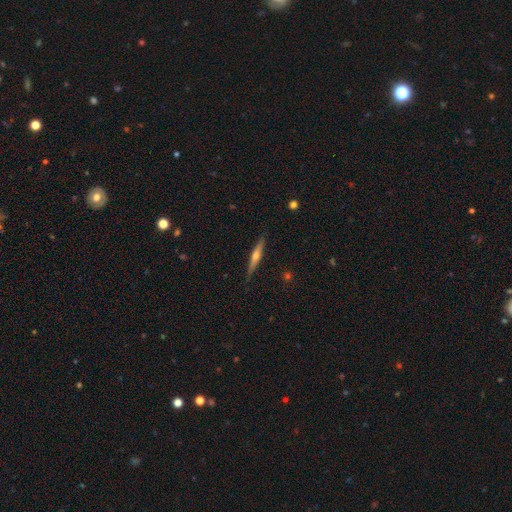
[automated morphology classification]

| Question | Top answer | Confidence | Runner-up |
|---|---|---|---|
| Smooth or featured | featured or disk | 65% | smooth (29%) |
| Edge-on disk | yes | 97% | no (3%) |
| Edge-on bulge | rounded | 88% | none (8%) |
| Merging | none | 89% | minor disturbance (9%) |